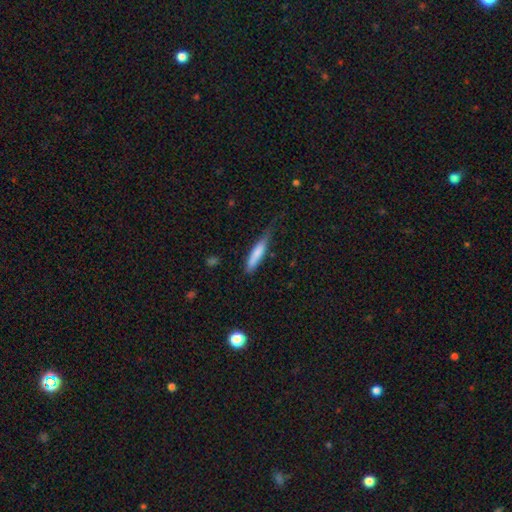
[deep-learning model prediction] Smooth or featured? Predicted: smooth (p=0.75). How rounded? Predicted: cigar-shaped (p=0.84). Merging? Predicted: none (p=0.50).